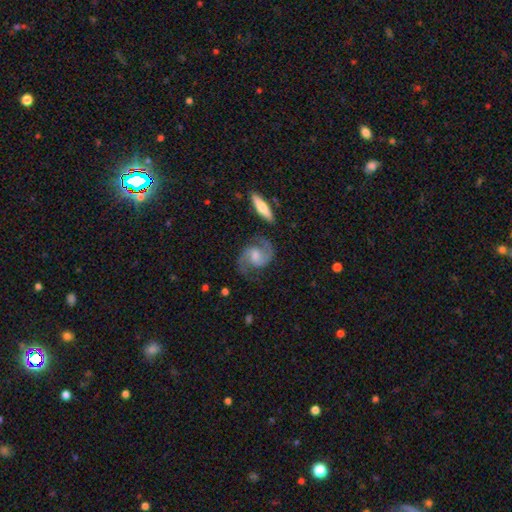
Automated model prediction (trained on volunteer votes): Q: Smooth or featured?
A: featured or disk (87%); runner-up: smooth (8%)
Q: Edge-on disk?
A: no (97%); runner-up: yes (3%)
Q: Bar?
A: no (45%); runner-up: weak (44%)
Q: Spiral arms?
A: yes (97%); runner-up: no (3%)
Q: Spiral winding?
A: medium (58%); runner-up: loose (25%)
Q: Spiral arm count?
A: 2 (93%); runner-up: can't tell (2%)
Q: Bulge size?
A: moderate (46%); runner-up: small (40%)
Q: Merging?
A: none (75%); runner-up: minor disturbance (15%)